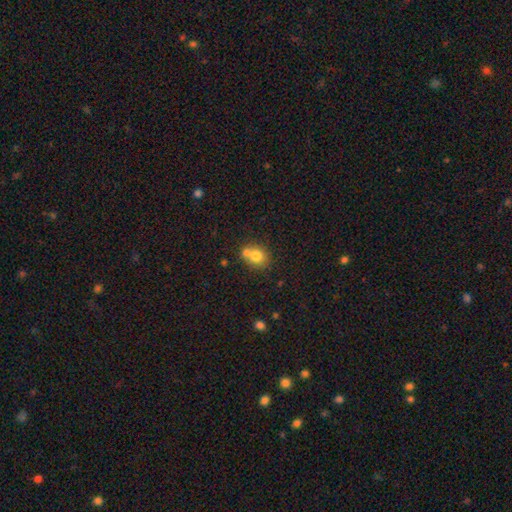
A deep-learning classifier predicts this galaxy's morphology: Smooth or featured? Predicted: smooth (p=0.76). How rounded? Predicted: round (p=0.78). Merging? Predicted: none (p=0.45).